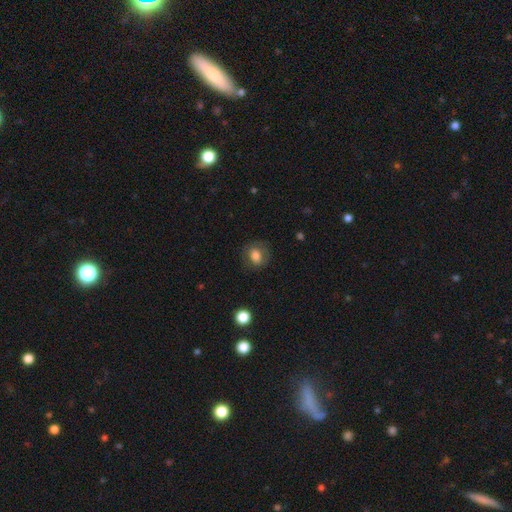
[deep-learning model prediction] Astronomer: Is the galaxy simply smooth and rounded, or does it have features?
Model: smooth — 74%.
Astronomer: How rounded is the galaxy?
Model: round — 58% (runner-up: in between, 41%).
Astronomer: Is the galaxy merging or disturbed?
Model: none — 76%.